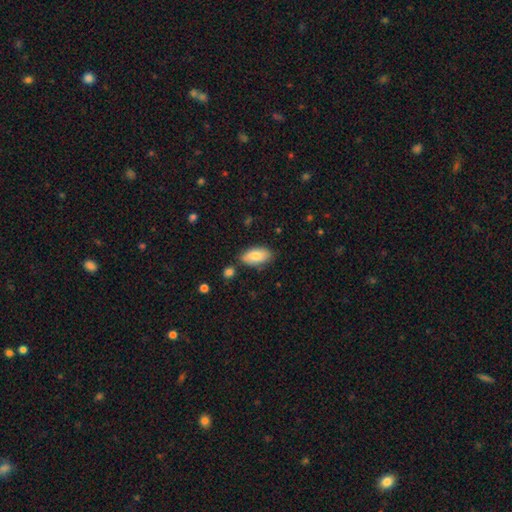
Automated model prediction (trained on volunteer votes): Smooth or featured? Predicted: smooth (p=0.79). How rounded? Predicted: in between (p=0.93). Merging? Predicted: none (p=0.75).